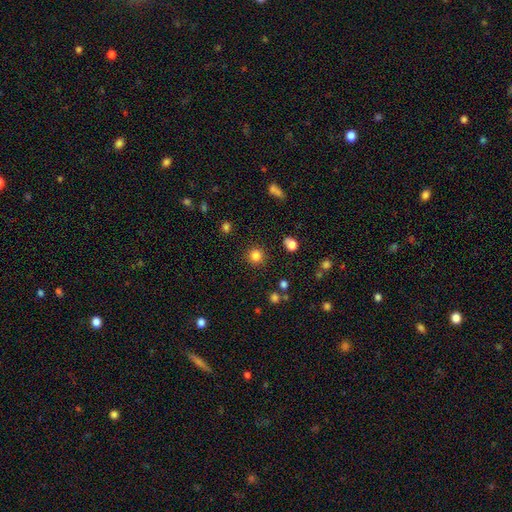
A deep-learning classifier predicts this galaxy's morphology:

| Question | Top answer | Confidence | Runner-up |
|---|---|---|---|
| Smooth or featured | smooth | 82% | star or artifact (13%) |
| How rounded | round | 93% | in between (6%) |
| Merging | none | 90% | minor disturbance (6%) |